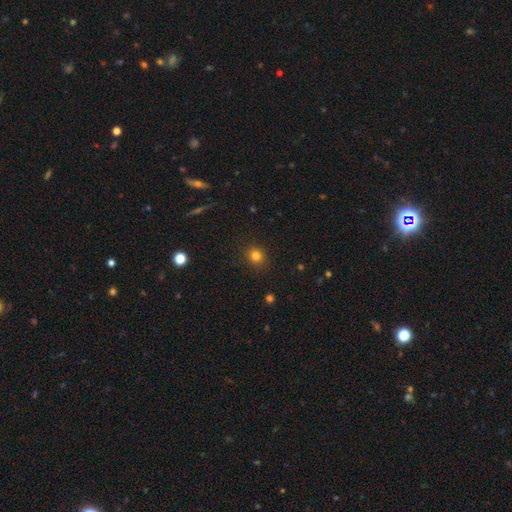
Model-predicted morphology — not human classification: smooth 80%, star or artifact 14%, featured or disk 6%. Down the decision tree: how rounded — round (84%); merging — none (89%).